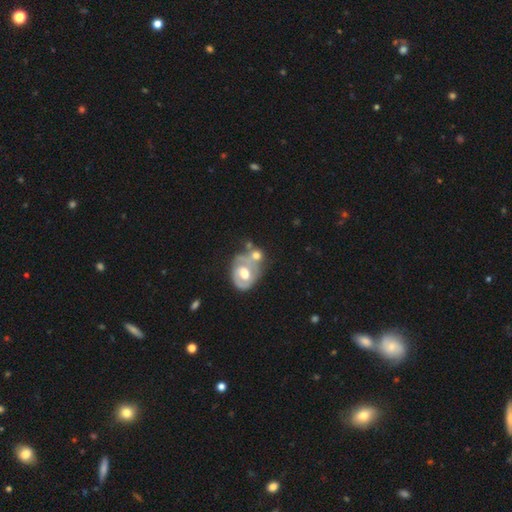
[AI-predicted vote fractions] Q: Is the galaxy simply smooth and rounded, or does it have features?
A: featured or disk — 49%.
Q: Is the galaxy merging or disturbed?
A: merger — 45%.